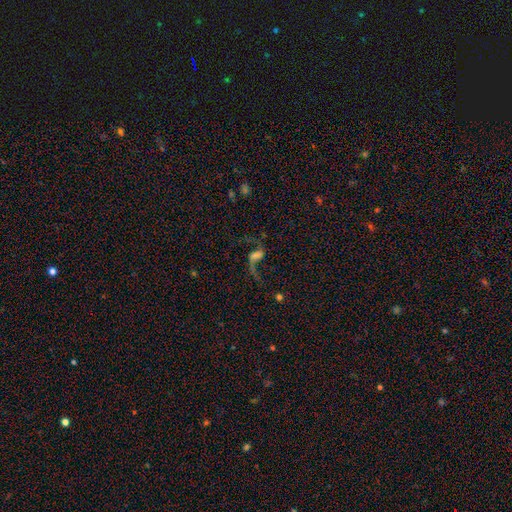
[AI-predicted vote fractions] Smooth or featured? featured or disk (73%)
Edge-on disk? no (95%)
Bar? weak (40%)
Spiral arms? yes (90%)
Spiral winding? loose (91%)
Spiral arm count? 2 (84%)
Bulge size? none (42%)
Merging? none (54%)